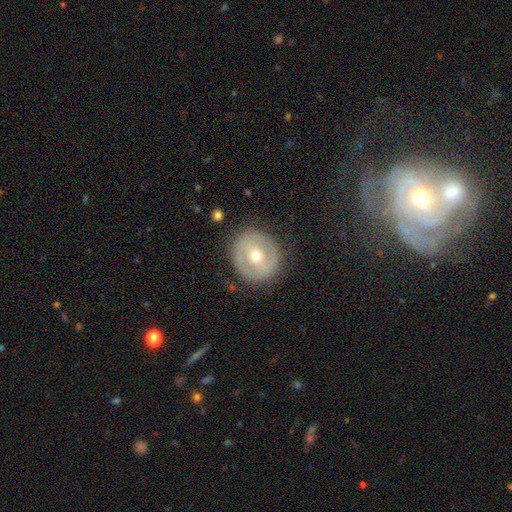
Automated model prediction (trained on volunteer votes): A featured or disk galaxy (61%) with a weak bar (38%), no spiral arms (70%) and a moderate central bulge (64%).

Vote fractions:
- Smooth or featured? featured or disk: 61% / smooth: 33% / star or artifact: 6%
- Edge-on disk? no: 95% / yes: 5%
- Bar? weak: 38% / no: 33% / strong: 29%
- Spiral arms? no: 70% / yes: 30%
- Bulge size? moderate: 64% / small: 32% / large: 2% / none: 1% / dominant: 1%
- Merging? none: 85% / minor disturbance: 10% / major disturbance: 4% / merger: 1%